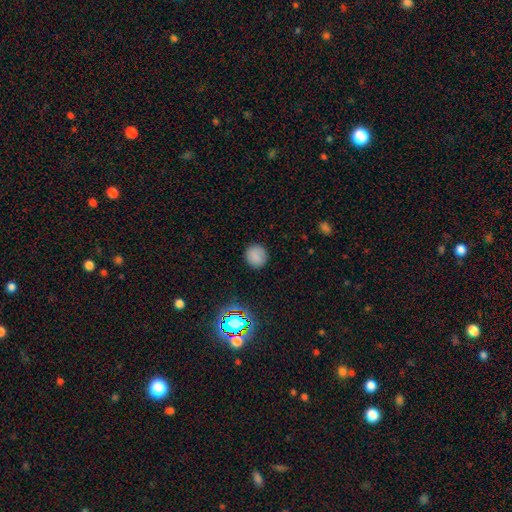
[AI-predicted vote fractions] A smooth galaxy with no disk features (80%) that is round (88%).

Vote fractions:
- Smooth or featured? smooth: 80% / star or artifact: 13% / featured or disk: 6%
- How rounded? round: 88% / in between: 11% / cigar-shaped: 1%
- Merging? none: 87% / minor disturbance: 9% / major disturbance: 3% / merger: 1%